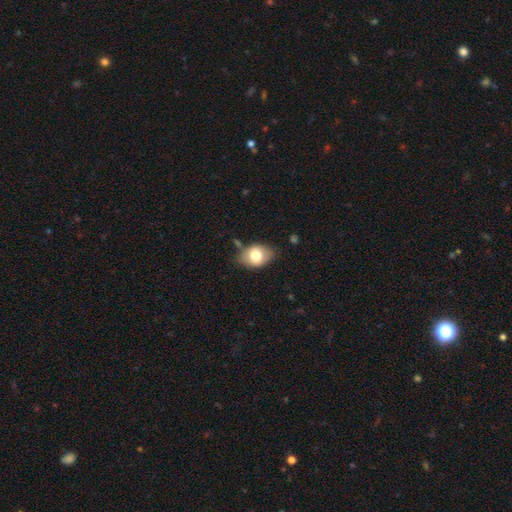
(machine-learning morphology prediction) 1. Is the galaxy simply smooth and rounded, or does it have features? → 75% smooth, 18% featured or disk, 8% star or artifact.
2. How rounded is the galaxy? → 77% in between, 22% round, 1% cigar-shaped.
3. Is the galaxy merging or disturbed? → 74% none, 19% minor disturbance, 4% major disturbance, 3% merger.